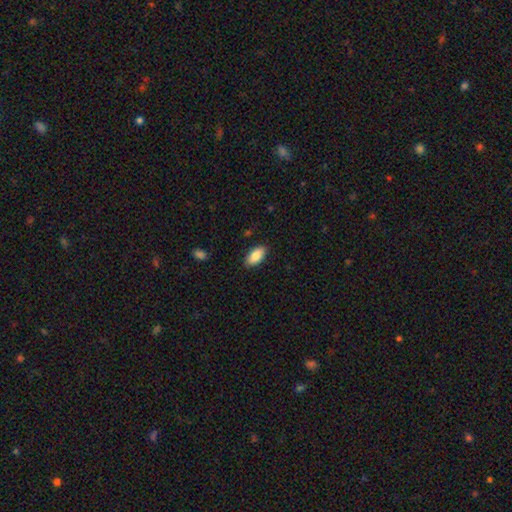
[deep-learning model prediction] Smooth or featured? Predicted: smooth (p=0.86). How rounded? Predicted: in between (p=0.93). Merging? Predicted: none (p=0.87).